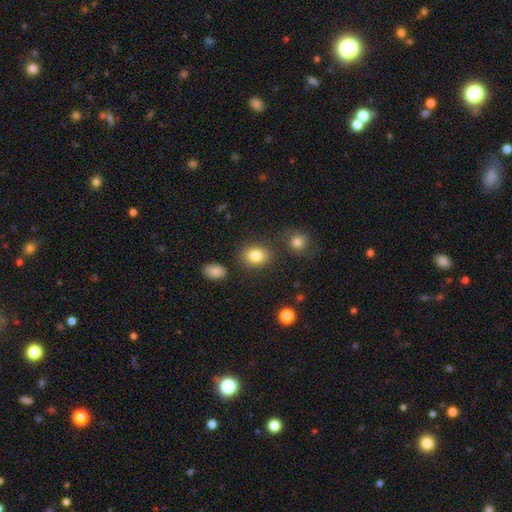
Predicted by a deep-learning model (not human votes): smooth_or_featured: smooth (p=0.83) [alt: star or artifact p=0.10]
how_rounded: in between (p=0.59) [alt: round p=0.40]
merging: none (p=0.79) [alt: minor disturbance p=0.11]